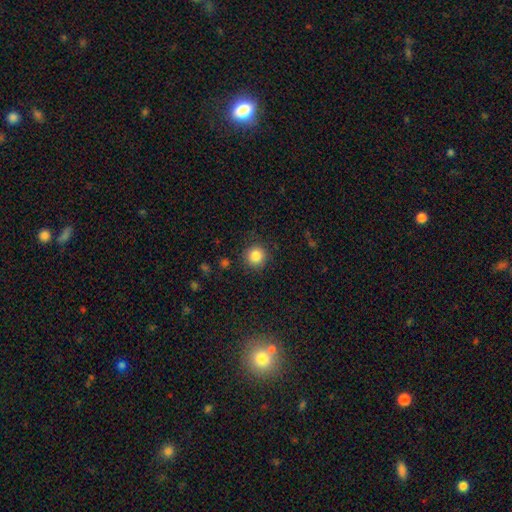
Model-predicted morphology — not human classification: A smooth galaxy with no disk features (85%) that is round (94%).

Vote fractions:
- Smooth or featured? smooth: 85% / star or artifact: 11% / featured or disk: 5%
- How rounded? round: 94% / in between: 5% / cigar-shaped: 1%
- Merging? none: 88% / minor disturbance: 7% / major disturbance: 3% / merger: 1%